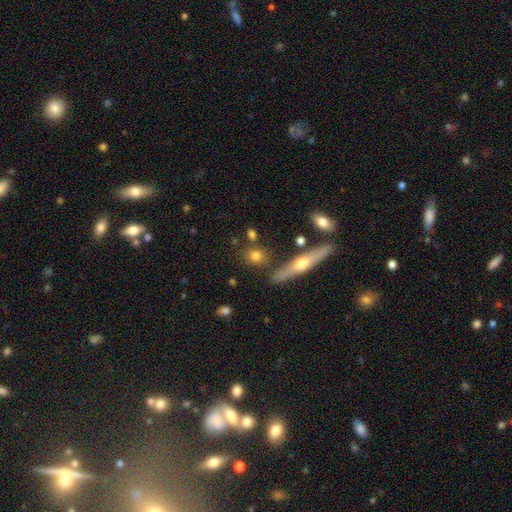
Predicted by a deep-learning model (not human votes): smooth-or-featured: smooth: 74% | featured or disk: 17% | star or artifact: 9%
  how-rounded: round: 65% | in between: 25% | cigar-shaped: 10%
  merging: none: 75% | minor disturbance: 11% | merger: 10% | major disturbance: 4%